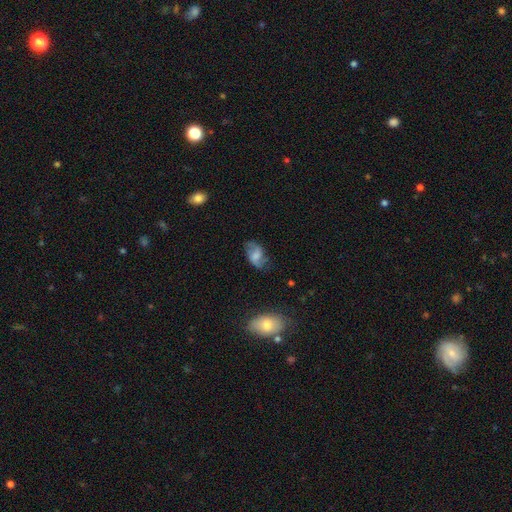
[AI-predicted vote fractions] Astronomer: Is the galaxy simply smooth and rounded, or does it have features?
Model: smooth — 46% (runner-up: featured or disk, 45%).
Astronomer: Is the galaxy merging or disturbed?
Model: none — 58%.